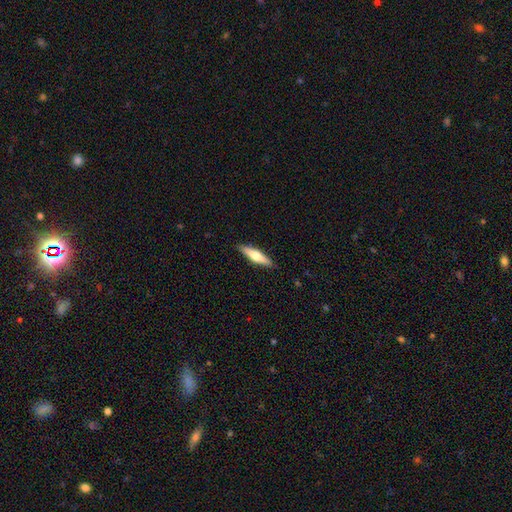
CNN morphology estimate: The model was most divided on "smooth or featured": featured or disk: 50%, smooth: 45%, star or artifact: 5%. More confident: merging — none (90%).